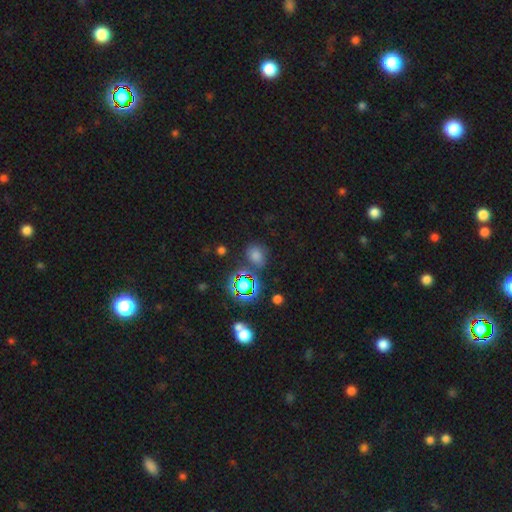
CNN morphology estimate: smooth-or-featured: smooth: 57% | star or artifact: 35% | featured or disk: 8%
  how-rounded: round: 60% | in between: 38% | cigar-shaped: 1%
  merging: none: 71% | minor disturbance: 15% | merger: 7% | major disturbance: 6%